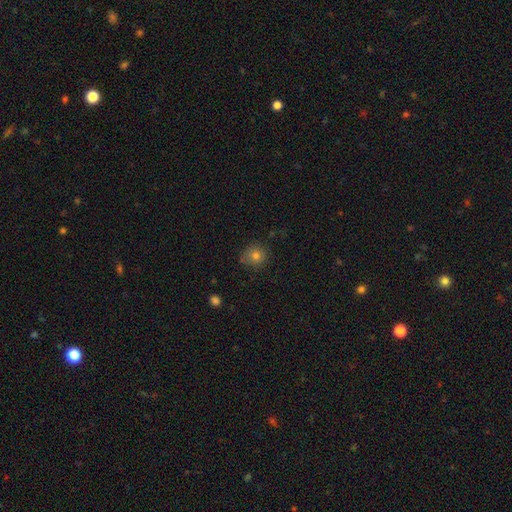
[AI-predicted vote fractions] Smooth or featured? Predicted: smooth (p=0.76). How rounded? Predicted: round (p=0.89). Merging? Predicted: none (p=0.79).